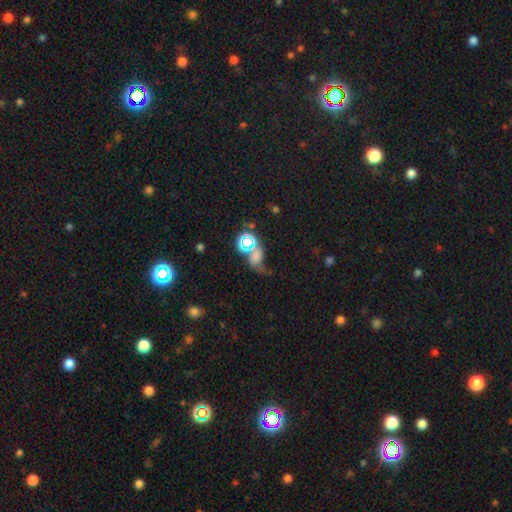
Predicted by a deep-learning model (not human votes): Overall: smooth (42%; star or artifact 36%). Merging: major disturbance (32%; none 30%).